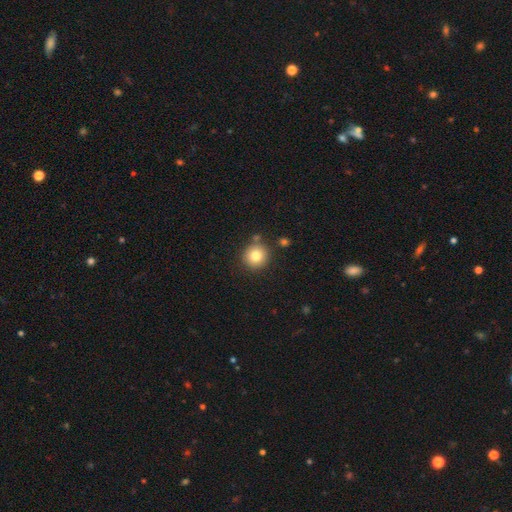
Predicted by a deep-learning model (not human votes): Morphology: type=smooth (80%); roundness=round (92%); merging=none (82%).